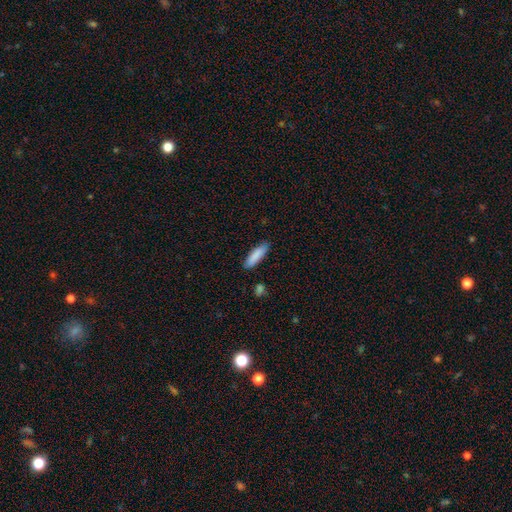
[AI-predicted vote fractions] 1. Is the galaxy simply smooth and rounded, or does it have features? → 88% smooth, 6% featured or disk, 6% star or artifact.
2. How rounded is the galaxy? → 62% cigar-shaped, 37% in between, 1% round.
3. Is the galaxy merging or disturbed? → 86% none, 10% minor disturbance, 2% major disturbance, 2% merger.